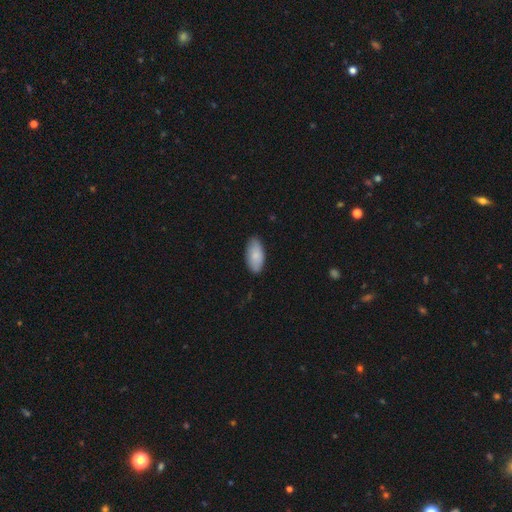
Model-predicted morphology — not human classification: Smooth or featured? Predicted: smooth (p=0.83). How rounded? Predicted: in between (p=0.93). Merging? Predicted: none (p=0.83).